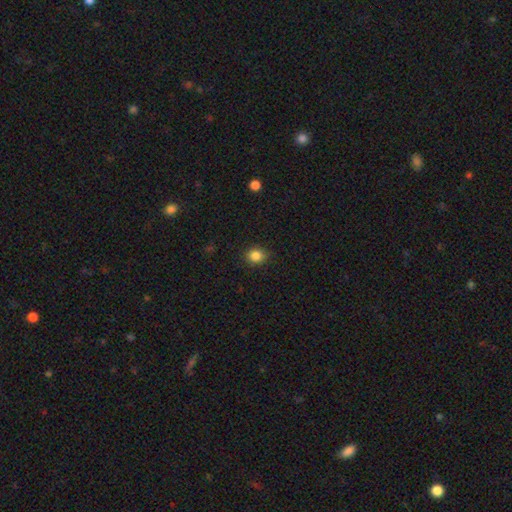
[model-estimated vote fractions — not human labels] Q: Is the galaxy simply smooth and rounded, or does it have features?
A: smooth — 85%.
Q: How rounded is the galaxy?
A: round — 74%.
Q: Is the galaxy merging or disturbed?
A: none — 87%.